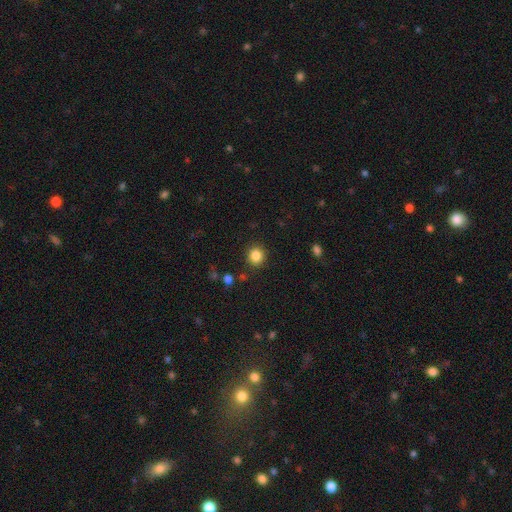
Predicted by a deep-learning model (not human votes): smooth-or-featured: smooth: 84% | star or artifact: 11% | featured or disk: 5%
  how-rounded: round: 88% | in between: 11% | cigar-shaped: 1%
  merging: none: 89% | minor disturbance: 7% | major disturbance: 2% | merger: 2%